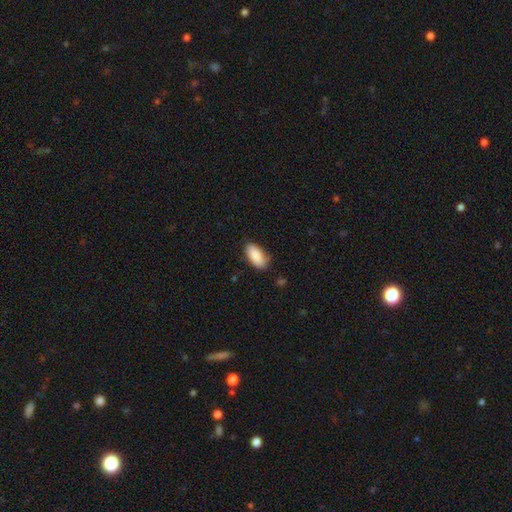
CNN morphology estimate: smooth 89%, star or artifact 6%, featured or disk 5%. Down the decision tree: how rounded — in between (90%); merging — none (82%).